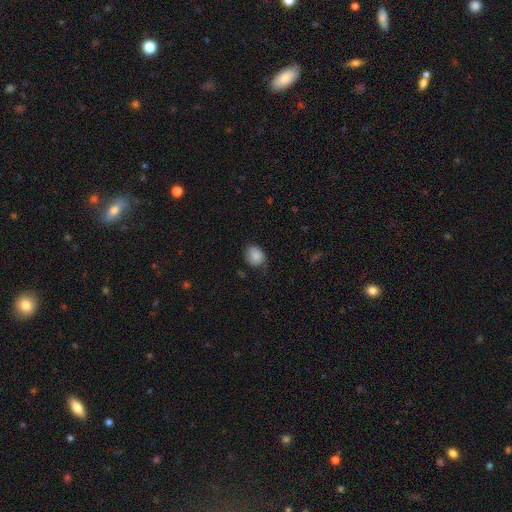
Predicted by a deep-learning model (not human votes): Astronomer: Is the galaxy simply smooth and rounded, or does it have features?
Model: smooth — 84%.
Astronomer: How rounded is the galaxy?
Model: round — 56% (runner-up: in between, 43%).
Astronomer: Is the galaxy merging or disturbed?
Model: none — 60%.